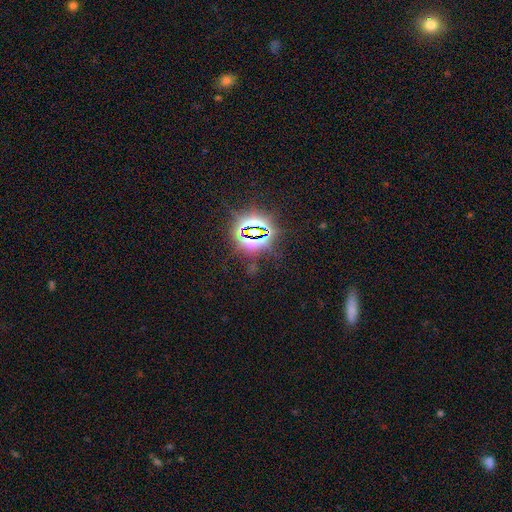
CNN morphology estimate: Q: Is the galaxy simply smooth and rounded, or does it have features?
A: star or artifact — 77%.